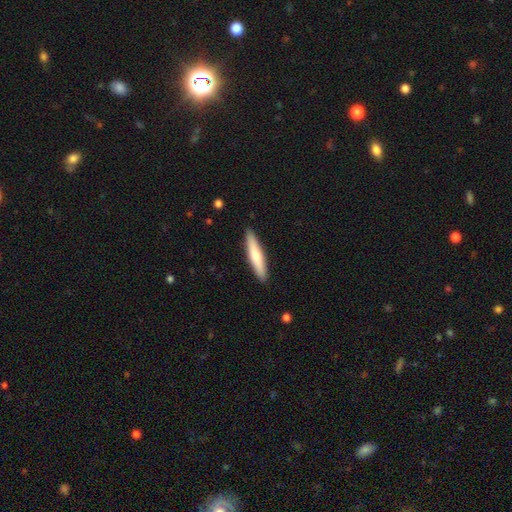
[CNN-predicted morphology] Overall: smooth (69%). How rounded: cigar-shaped (87%). Merging: none (91%).